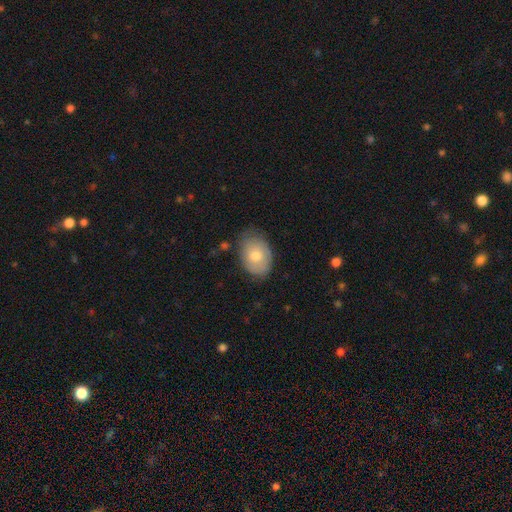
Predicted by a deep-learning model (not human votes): Morphology: type=smooth (70%); roundness=in between (80%); merging=none (69%).